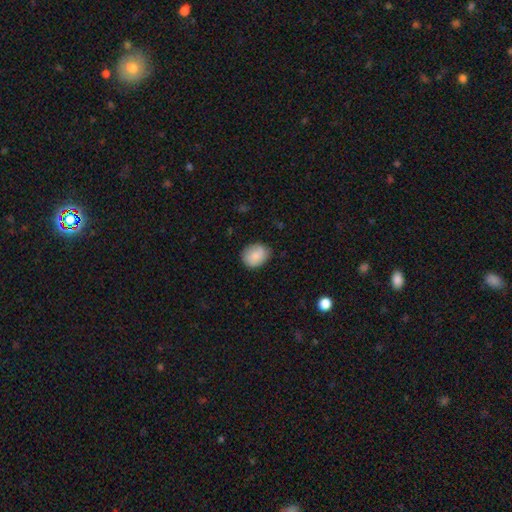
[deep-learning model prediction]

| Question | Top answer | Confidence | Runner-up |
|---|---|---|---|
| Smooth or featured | smooth | 86% | featured or disk (7%) |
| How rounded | in between | 54% | round (45%) |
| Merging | none | 79% | minor disturbance (17%) |